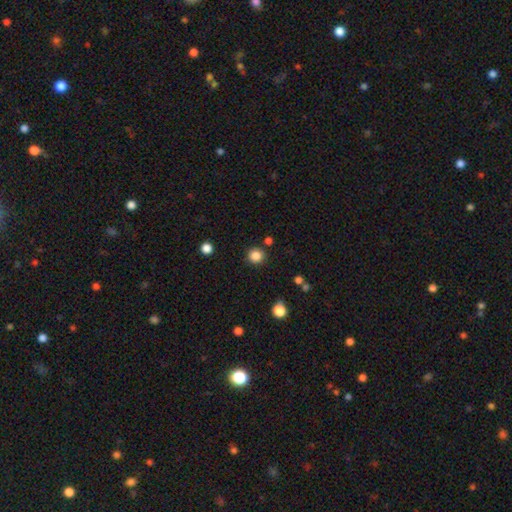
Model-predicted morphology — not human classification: smooth-or-featured: smooth: 85% | star or artifact: 11% | featured or disk: 3%
  how-rounded: round: 93% | in between: 7% | cigar-shaped: 1%
  merging: none: 87% | minor disturbance: 7% | merger: 3% | major disturbance: 3%